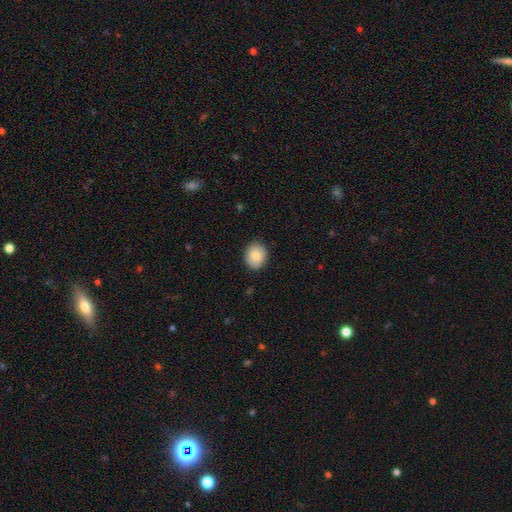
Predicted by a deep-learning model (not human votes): smooth_or_featured: smooth (p=0.82) [alt: featured or disk p=0.11]
how_rounded: round (p=0.62) [alt: in between p=0.37]
merging: none (p=0.86) [alt: minor disturbance p=0.11]